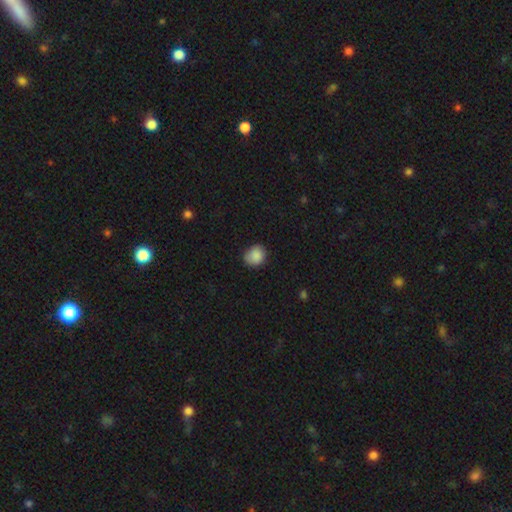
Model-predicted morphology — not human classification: A smooth galaxy with no disk features (87%) that is round (65%).

Vote fractions:
- Smooth or featured? smooth: 87% / star or artifact: 8% / featured or disk: 5%
- How rounded? round: 65% / in between: 34% / cigar-shaped: 1%
- Merging? none: 72% / minor disturbance: 23% / major disturbance: 4% / merger: 1%